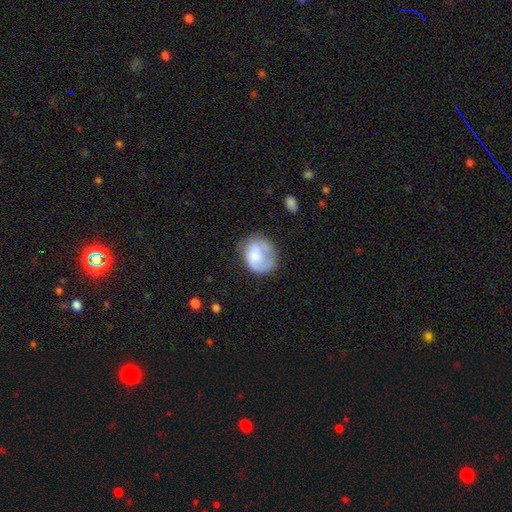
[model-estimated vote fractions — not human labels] Overall: smooth (57%; featured or disk 35%). How rounded: round (65%; in between 34%). Merging: none (49%; minor disturbance 26%).